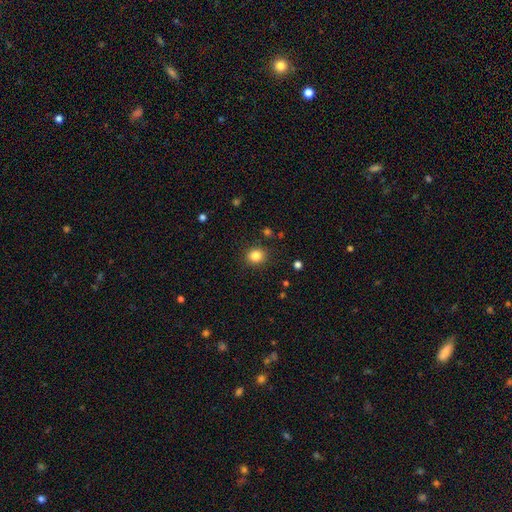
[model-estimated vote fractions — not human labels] A smooth galaxy with no disk features (83%) that is round (73%). Merging: none (88%).